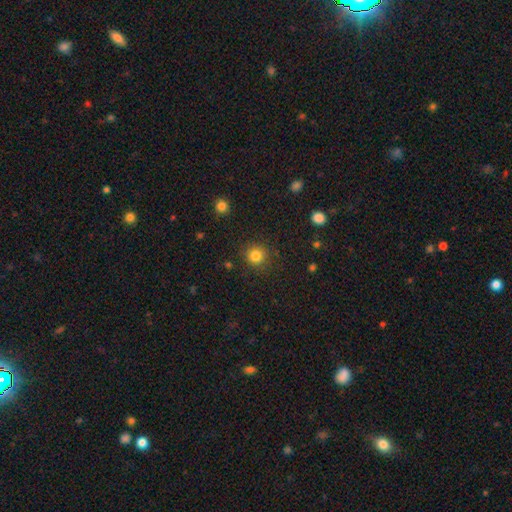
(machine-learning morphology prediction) Smooth or featured: smooth — 83% (star or artifact — 12%)
How rounded: round — 92% (in between — 7%)
Merging: none — 88% (minor disturbance — 8%)